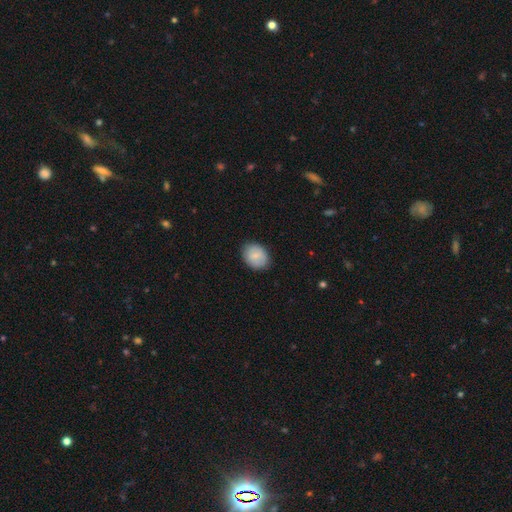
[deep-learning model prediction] This appears to be a smooth galaxy with no disk features (83%) that is in between round and cigar-shaped (59%). Merging: none (85%).